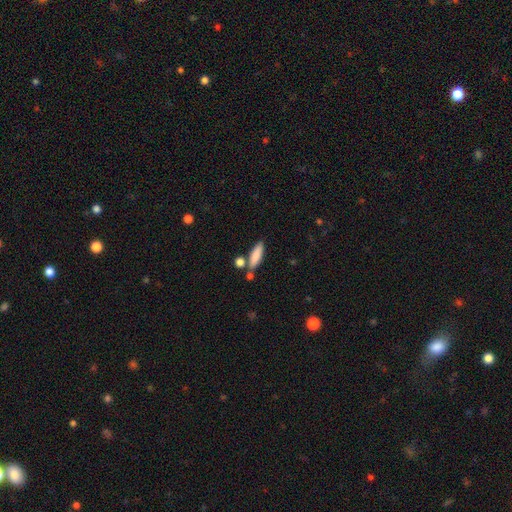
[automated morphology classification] Q: Smooth or featured?
A: smooth (83%); runner-up: featured or disk (11%)
Q: How rounded?
A: cigar-shaped (51%); runner-up: in between (46%)
Q: Merging?
A: none (70%); runner-up: merger (14%)